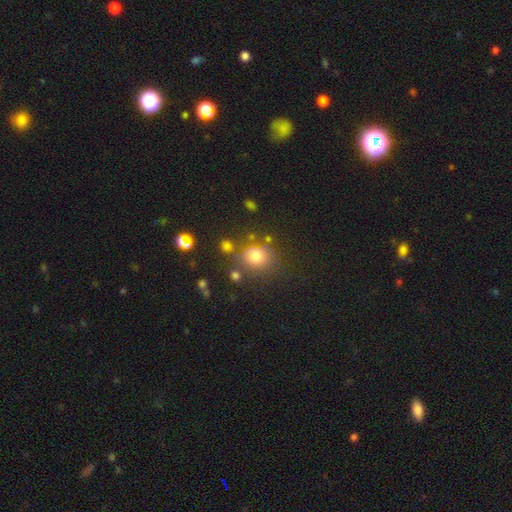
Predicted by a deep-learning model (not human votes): A smooth galaxy with no disk features (75%) that is round (77%).

Vote fractions:
- Smooth or featured? smooth: 75% / star or artifact: 15% / featured or disk: 10%
- How rounded? round: 77% / in between: 22% / cigar-shaped: 1%
- Merging? none: 70% / minor disturbance: 15% / merger: 9% / major disturbance: 6%